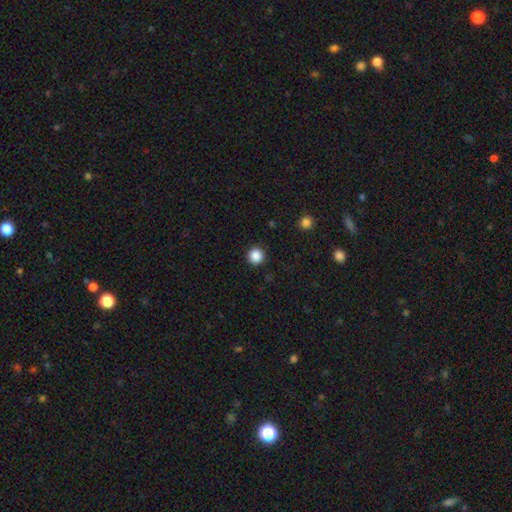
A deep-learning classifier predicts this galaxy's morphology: The model was most divided on "smooth or featured": smooth: 87%, star or artifact: 11%, featured or disk: 3%. More confident: how rounded — round (96%); merging — none (91%).